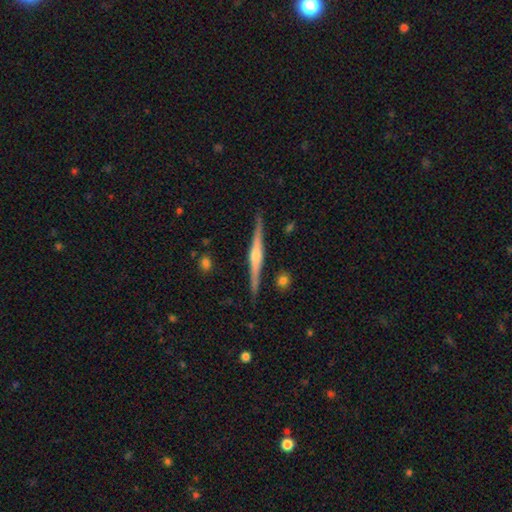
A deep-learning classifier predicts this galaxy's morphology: This is clearly a featured or disk galaxy (87%). It is clearly viewed edge-on (99%). Edge-on bulge: clearly rounded (83%). Merging: clearly none (92%).